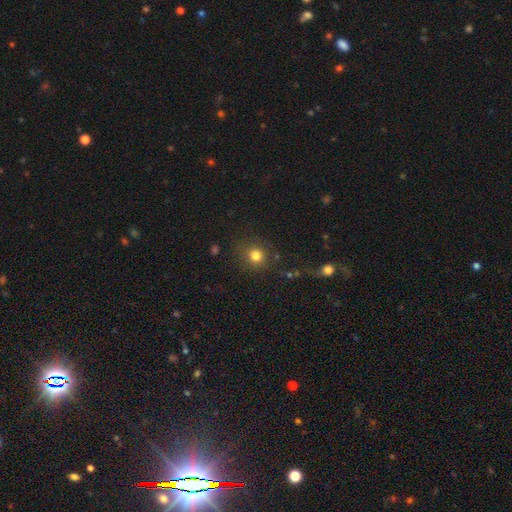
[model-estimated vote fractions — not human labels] This appears to be a smooth galaxy with no disk features (80%) that is round (89%). Merging: none (83%).